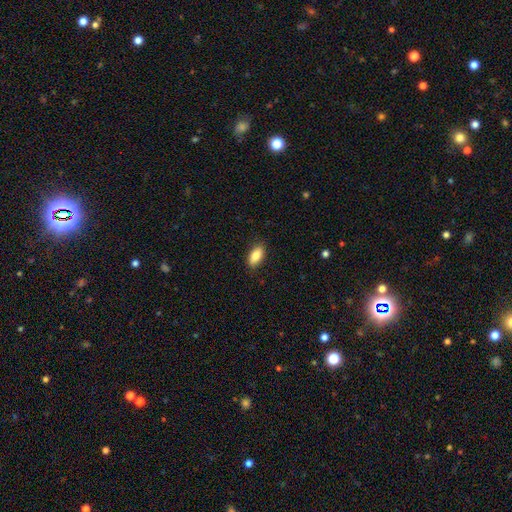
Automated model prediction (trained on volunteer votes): Q: Smooth or featured?
A: smooth (86%); runner-up: featured or disk (7%)
Q: How rounded?
A: in between (90%); runner-up: cigar-shaped (7%)
Q: Merging?
A: none (87%); runner-up: minor disturbance (10%)